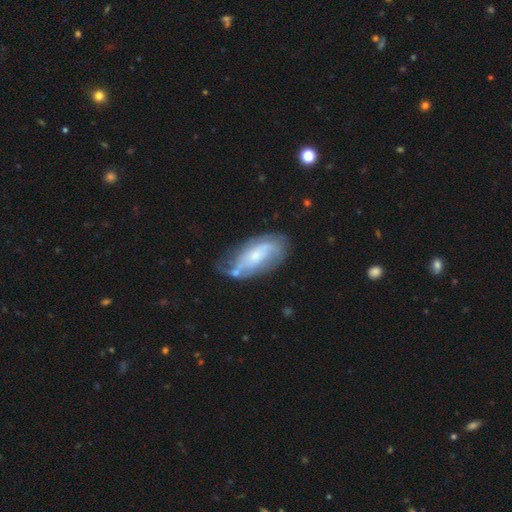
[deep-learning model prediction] featured or disk 66%, smooth 27%, star or artifact 7%. Down the decision tree: edge-on disk — no (92%); bar — no (61%); spiral arms — yes (81%); bulge size — small (62%); merging — none (50%).